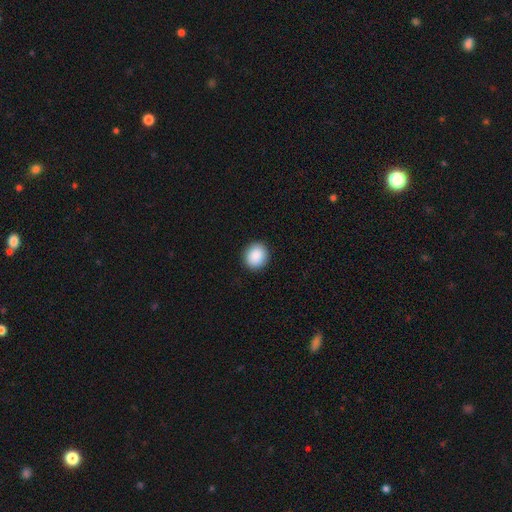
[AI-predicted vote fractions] Smooth or featured: smooth — 90% (star or artifact — 7%)
How rounded: round — 80% (in between — 19%)
Merging: none — 92% (minor disturbance — 6%)